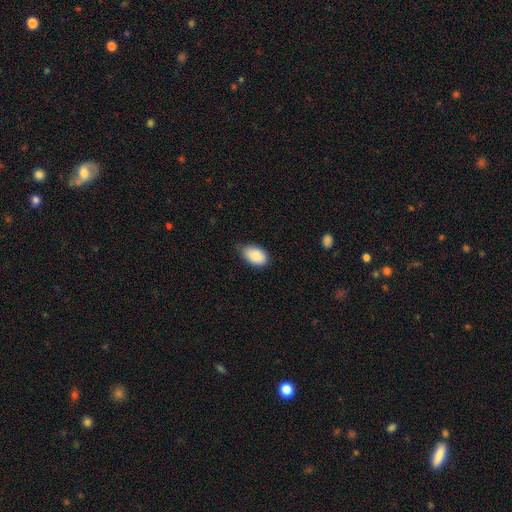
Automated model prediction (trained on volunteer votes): Smooth or featured: smooth — 89% (star or artifact — 7%)
How rounded: in between — 92% (round — 7%)
Merging: none — 62% (minor disturbance — 32%)